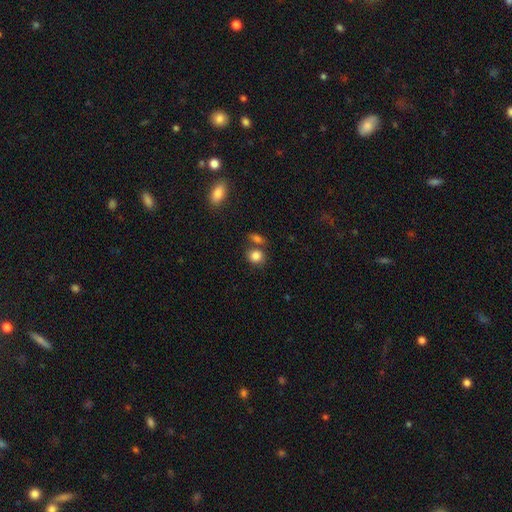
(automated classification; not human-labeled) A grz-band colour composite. It shows a smooth galaxy with no disk features (84%) that is round (68%). Merging: none (59%).